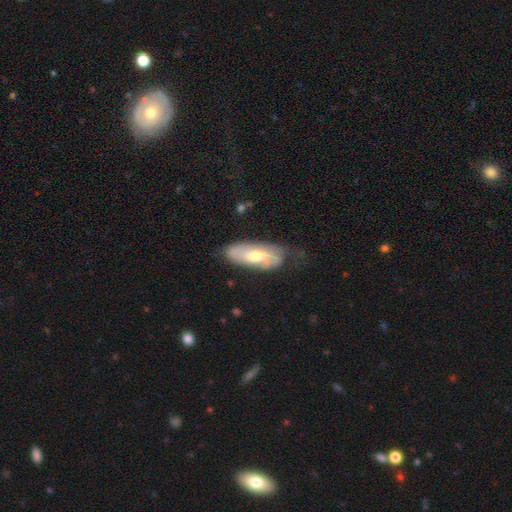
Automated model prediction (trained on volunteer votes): smooth_or_featured: featured or disk (p=0.53) [alt: smooth p=0.40]
disk_edge_on: no (p=0.80) [alt: yes p=0.20]
merging: none (p=0.58) [alt: minor disturbance p=0.29]